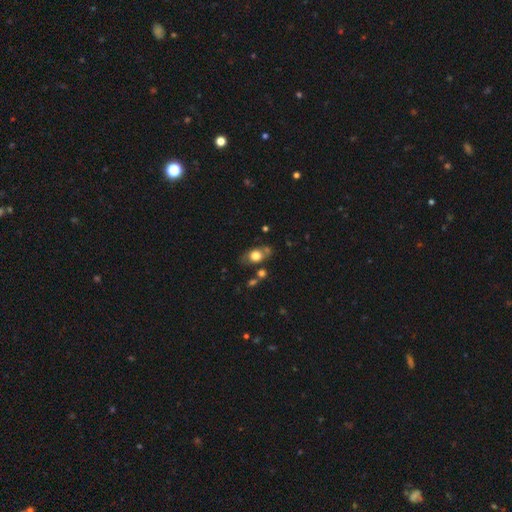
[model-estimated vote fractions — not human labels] Morphology: type=smooth (72%); roundness=in between (65%); merging=none (64%).